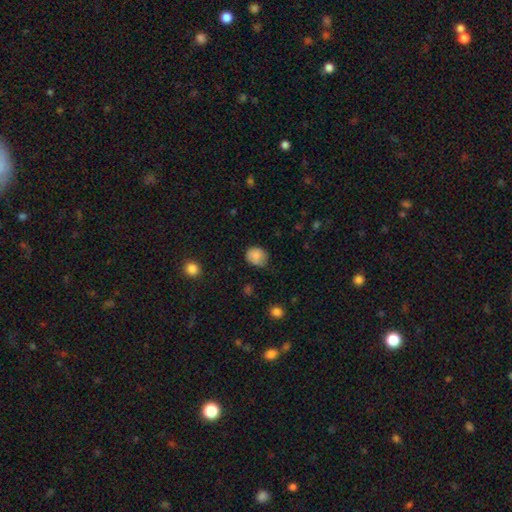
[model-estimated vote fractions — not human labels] Morphology: type=smooth (82%); roundness=round (65%); merging=none (66%).